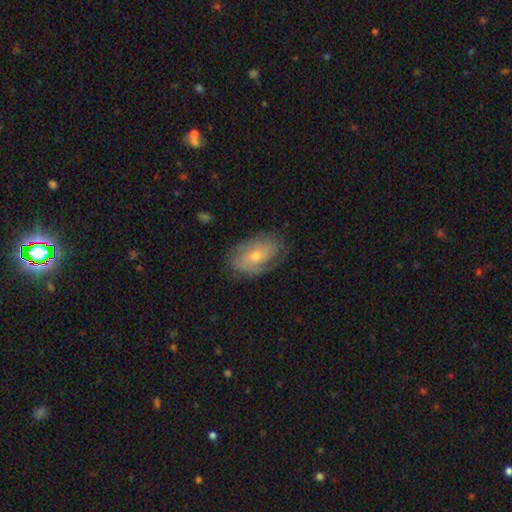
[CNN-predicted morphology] Smooth or featured? featured or disk (56%)
Edge-on disk? no (93%)
Bar? no (72%)
Spiral arms? yes (73%)
Bulge size? small (49%)
Merging? none (71%)